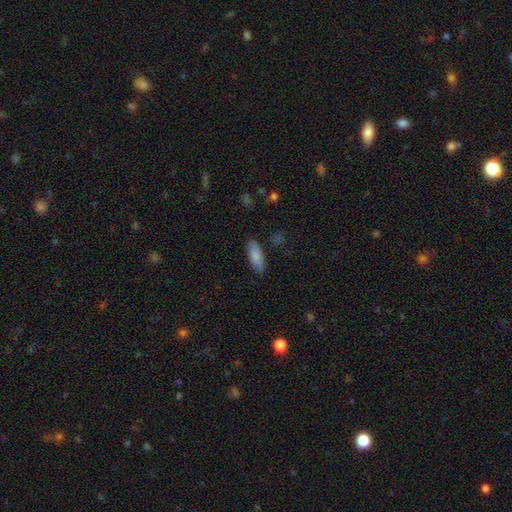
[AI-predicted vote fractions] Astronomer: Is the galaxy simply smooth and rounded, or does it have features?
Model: smooth — 85%.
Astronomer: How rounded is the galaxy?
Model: in between — 75%.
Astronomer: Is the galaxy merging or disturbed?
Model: none — 82%.